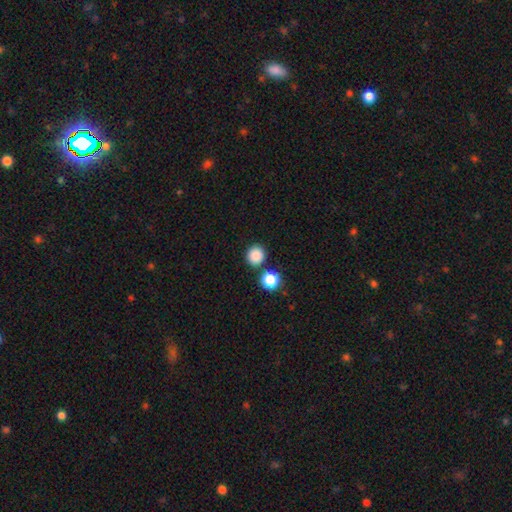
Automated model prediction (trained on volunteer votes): The model was most divided on "merging": none: 79%, merger: 11%, minor disturbance: 7%, major disturbance: 2%. More confident: how rounded — round (89%); smooth or featured — smooth (86%).